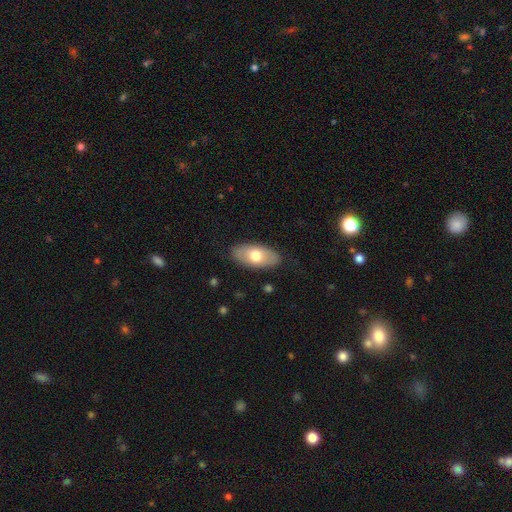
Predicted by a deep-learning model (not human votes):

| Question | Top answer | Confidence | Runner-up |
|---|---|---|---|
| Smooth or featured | smooth | 67% | featured or disk (28%) |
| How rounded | in between | 92% | cigar-shaped (4%) |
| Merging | none | 85% | minor disturbance (11%) |